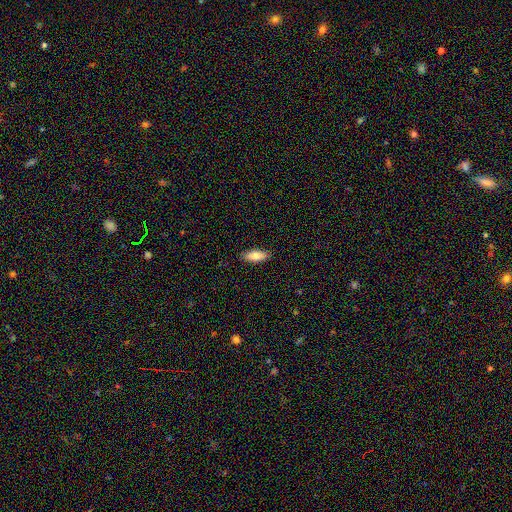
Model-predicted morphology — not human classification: type=smooth (81%); roundness=in between (79%); merging=none (88%).